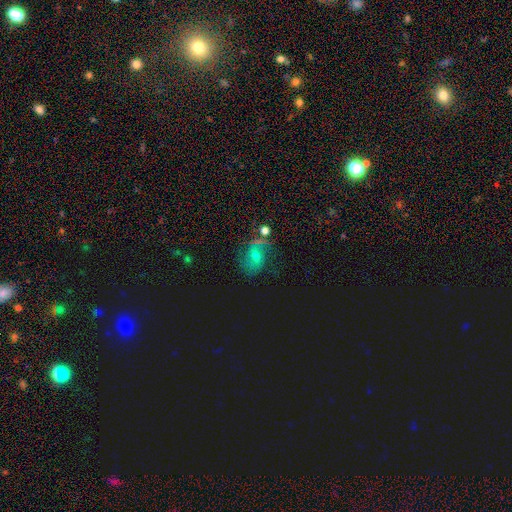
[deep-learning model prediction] featured or disk 54%, star or artifact 27%, smooth 19%. Down the decision tree: edge-on disk — no (96%); bar — no (48%); spiral arms — yes (86%); bulge size — small (48%); merging — none (62%).